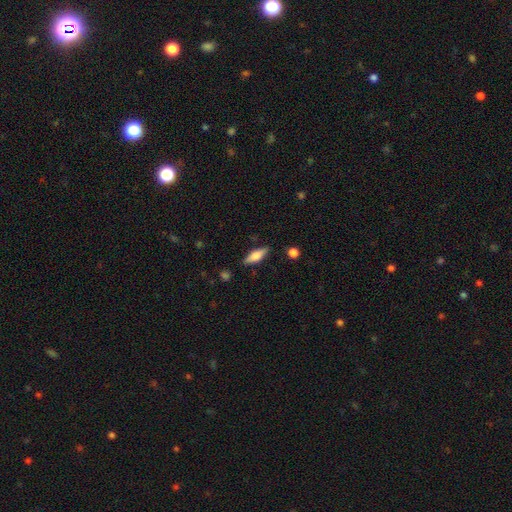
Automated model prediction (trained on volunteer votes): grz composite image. It shows a smooth galaxy with no disk features (58%) that is in between round and cigar-shaped (53%). Merging: none (84%).